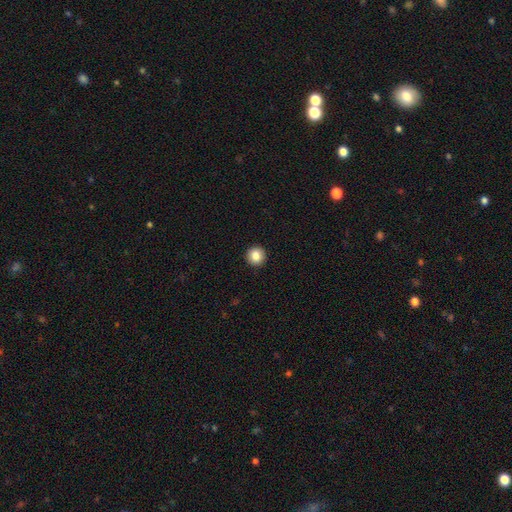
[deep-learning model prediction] Q: Smooth or featured?
A: smooth (85%); runner-up: star or artifact (9%)
Q: How rounded?
A: round (95%); runner-up: in between (4%)
Q: Merging?
A: none (94%); runner-up: minor disturbance (4%)